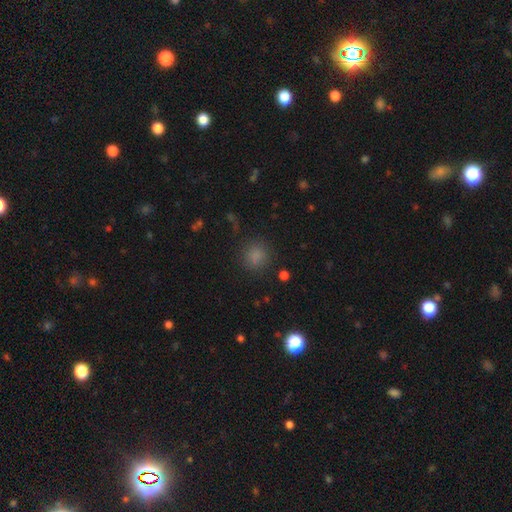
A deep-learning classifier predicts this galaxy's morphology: This appears to be a smooth galaxy with no disk features (81%) that is round (85%). Merging: none (84%).